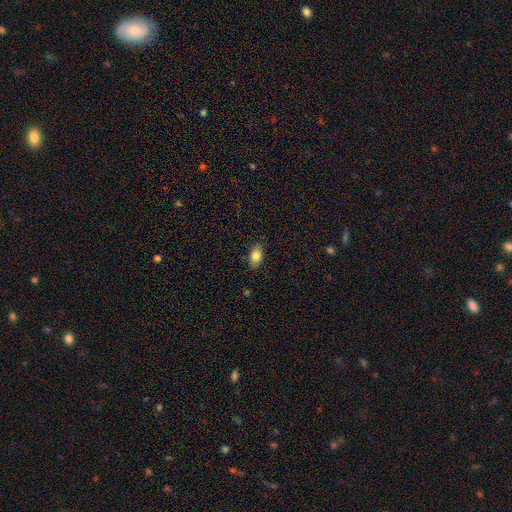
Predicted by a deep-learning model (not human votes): The model was most divided on "merging": none: 83%, minor disturbance: 13%, major disturbance: 3%, merger: 1%. More confident: how rounded — in between (88%); smooth or featured — smooth (84%).